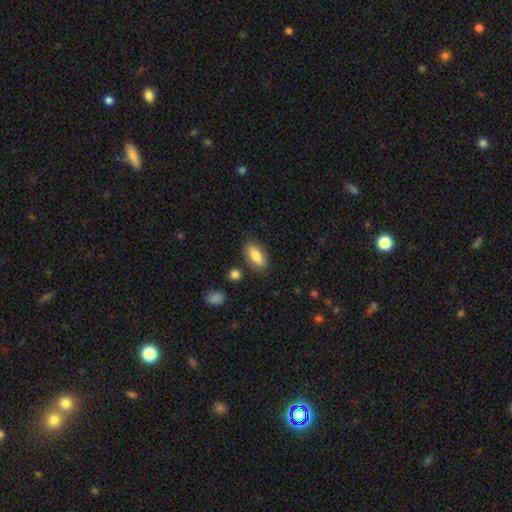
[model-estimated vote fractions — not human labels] A smooth galaxy with no disk features (80%) that is in between round and cigar-shaped (82%).

Vote fractions:
- Smooth or featured? smooth: 80% / featured or disk: 14% / star or artifact: 7%
- How rounded? in between: 82% / cigar-shaped: 14% / round: 3%
- Merging? none: 81% / minor disturbance: 12% / merger: 3% / major disturbance: 3%